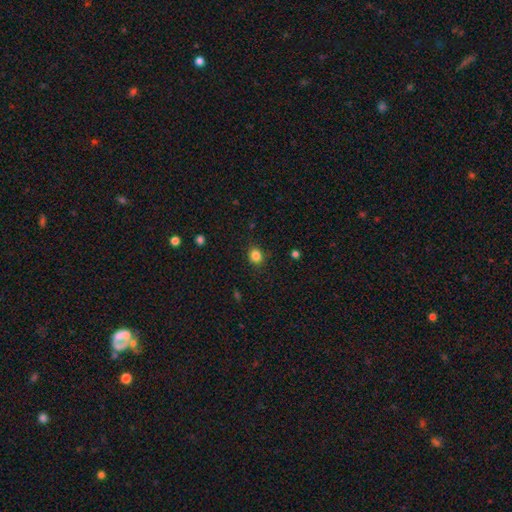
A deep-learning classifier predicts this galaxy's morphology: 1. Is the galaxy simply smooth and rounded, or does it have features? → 84% smooth, 12% star or artifact, 4% featured or disk.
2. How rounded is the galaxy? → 73% round, 26% in between, 1% cigar-shaped.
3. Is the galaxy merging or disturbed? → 86% none, 10% minor disturbance, 3% major disturbance, 1% merger.